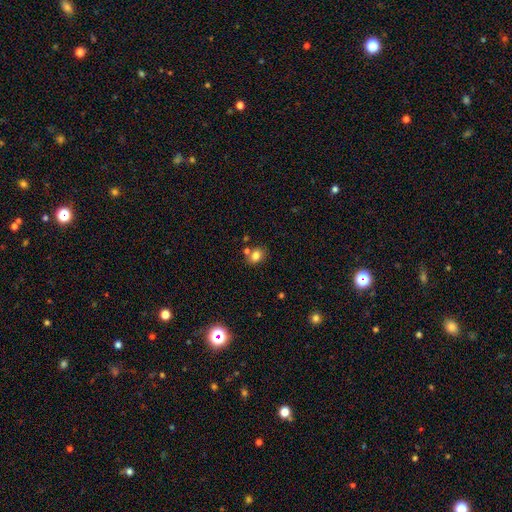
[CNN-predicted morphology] Overall: smooth (79%). How rounded: in between (56%; round 43%). Merging: none (65%).